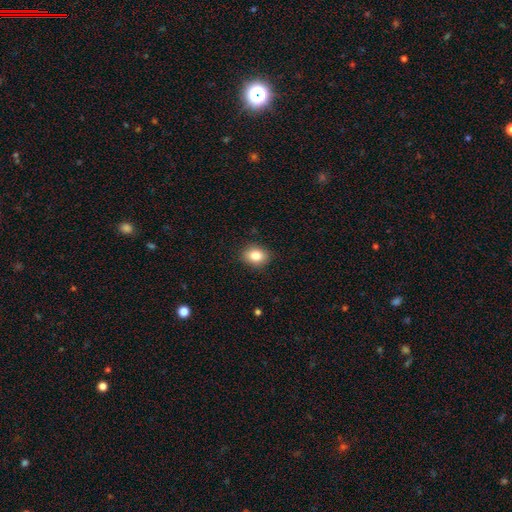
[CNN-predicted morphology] smooth 84%, star or artifact 9%, featured or disk 7%. Down the decision tree: how rounded — in between (64%); merging — none (87%).